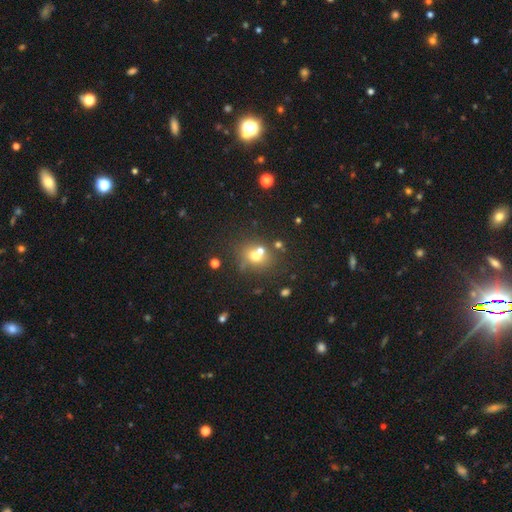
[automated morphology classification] A smooth galaxy with no disk features (61%) that is round (73%).

Vote fractions:
- Smooth or featured? smooth: 61% / star or artifact: 20% / featured or disk: 19%
- How rounded? round: 73% / in between: 26% / cigar-shaped: 1%
- Merging? none: 49% / merger: 35% / minor disturbance: 11% / major disturbance: 6%